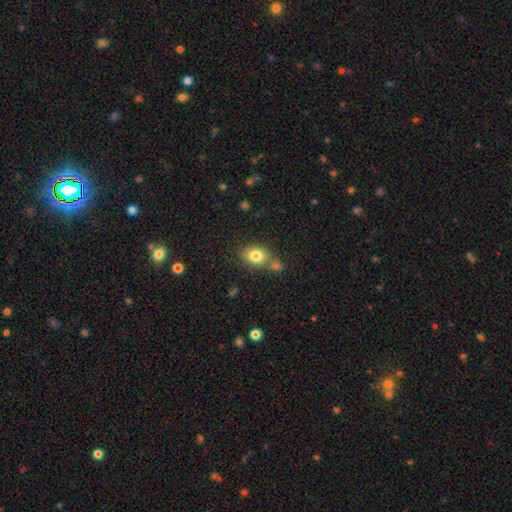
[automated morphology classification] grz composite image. It shows a smooth galaxy with no disk features (81%) that is in between round and cigar-shaped (56%). Merging: none (61%).